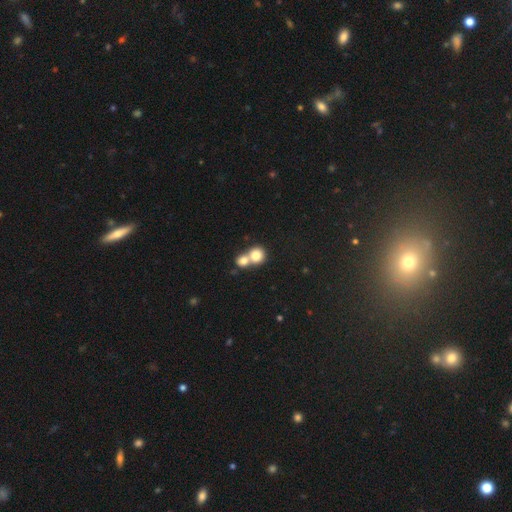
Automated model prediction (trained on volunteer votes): Morphology: type=smooth (78%); roundness=round (81%); merging=merger (64%).